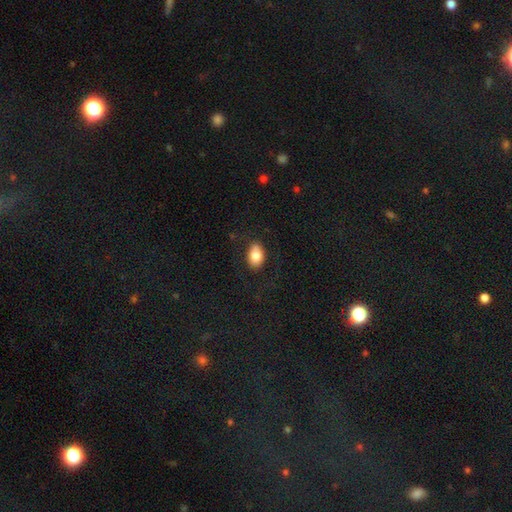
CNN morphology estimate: This is clearly a smooth galaxy (82%). How rounded: clearly in between (85%). Merging: likely none (80%).